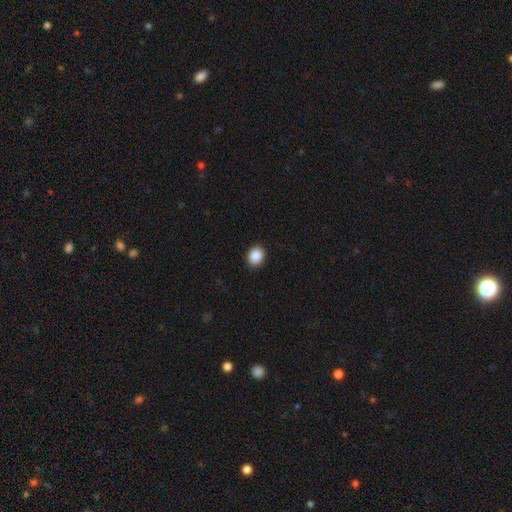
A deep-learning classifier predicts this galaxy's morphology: smooth_or_featured: smooth (p=0.88) [alt: star or artifact p=0.09]
how_rounded: round (p=0.64) [alt: in between p=0.35]
merging: none (p=0.91) [alt: minor disturbance p=0.06]